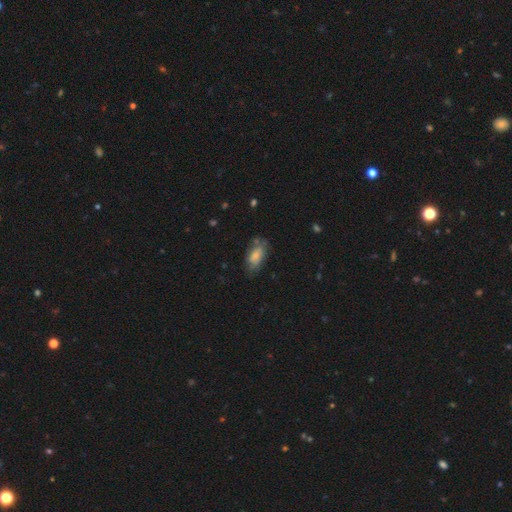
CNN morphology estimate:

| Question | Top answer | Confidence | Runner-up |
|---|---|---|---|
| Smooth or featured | smooth | 68% | featured or disk (25%) |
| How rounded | in between | 89% | cigar-shaped (7%) |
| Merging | none | 58% | minor disturbance (27%) |